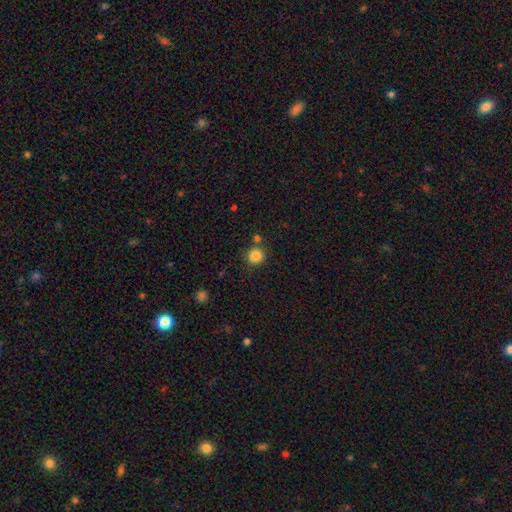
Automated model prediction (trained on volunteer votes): A smooth galaxy with no disk features (86%) that is round (92%).

Vote fractions:
- Smooth or featured? smooth: 86% / star or artifact: 11% / featured or disk: 4%
- How rounded? round: 92% / in between: 7% / cigar-shaped: 1%
- Merging? none: 81% / minor disturbance: 8% / merger: 7% / major disturbance: 3%